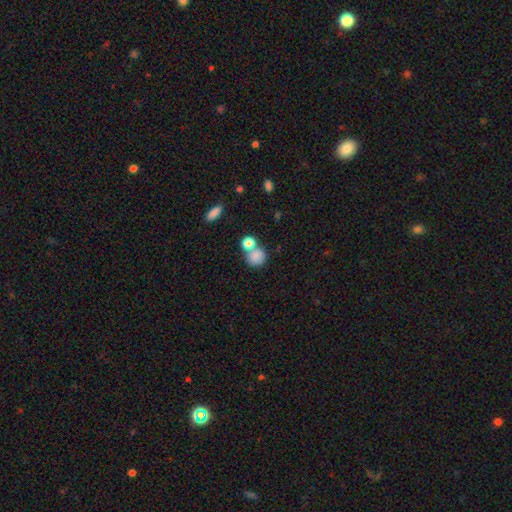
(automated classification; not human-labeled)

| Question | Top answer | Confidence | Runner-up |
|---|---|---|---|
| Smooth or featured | smooth | 82% | star or artifact (10%) |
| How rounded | round | 83% | in between (16%) |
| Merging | none | 50% | merger (35%) |